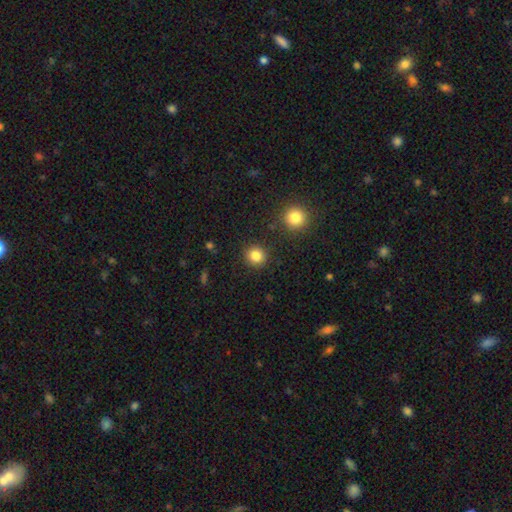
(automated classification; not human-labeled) smooth-or-featured: smooth: 84% | star or artifact: 11% | featured or disk: 5%
  how-rounded: round: 89% | in between: 10% | cigar-shaped: 1%
  merging: none: 88% | minor disturbance: 7% | merger: 3% | major disturbance: 3%